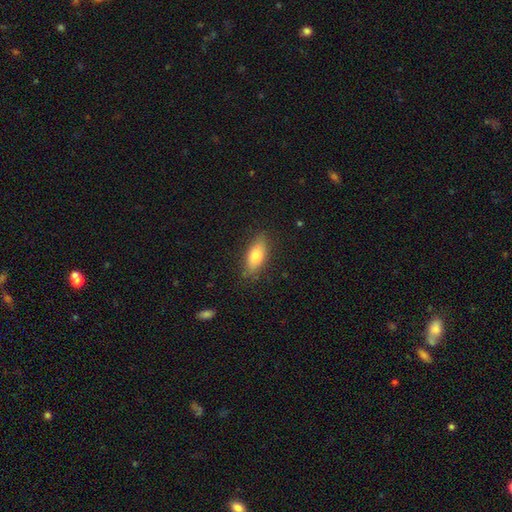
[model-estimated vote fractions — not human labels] Smooth or featured? Predicted: smooth (p=0.74). How rounded? Predicted: in between (p=0.78). Merging? Predicted: none (p=0.81).